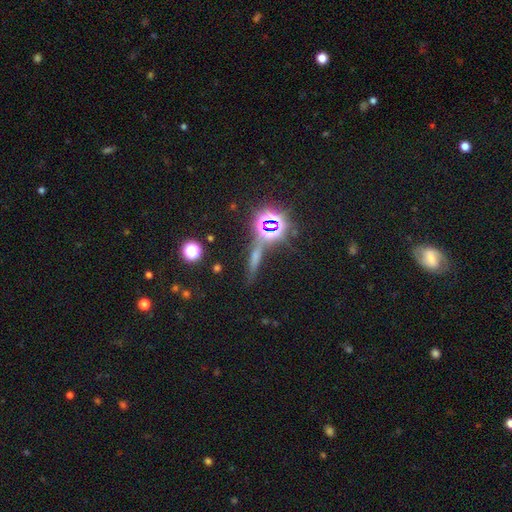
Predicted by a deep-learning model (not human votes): smooth-or-featured: smooth: 40% | star or artifact: 38% | featured or disk: 21%
  merging: none: 74% | minor disturbance: 13% | merger: 8% | major disturbance: 6%